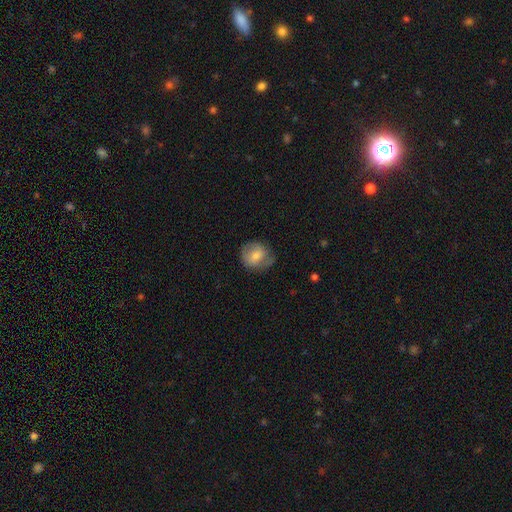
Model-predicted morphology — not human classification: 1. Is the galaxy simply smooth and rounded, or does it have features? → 62% smooth, 30% featured or disk, 8% star or artifact.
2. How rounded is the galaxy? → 76% round, 23% in between, 1% cigar-shaped.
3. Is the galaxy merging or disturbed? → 69% none, 22% minor disturbance, 8% major disturbance, 1% merger.